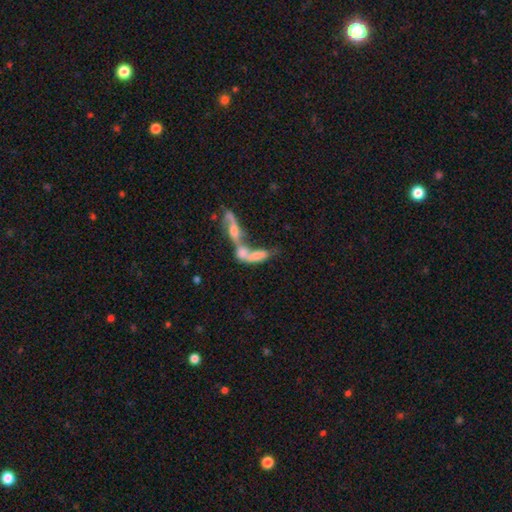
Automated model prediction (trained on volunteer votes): Smooth or featured?
  - smooth: 48% *
  - featured or disk: 42%
  - star or artifact: 10%
Merging?
  - merger: 75% *
  - none: 12%
  - major disturbance: 7%
  - minor disturbance: 6%